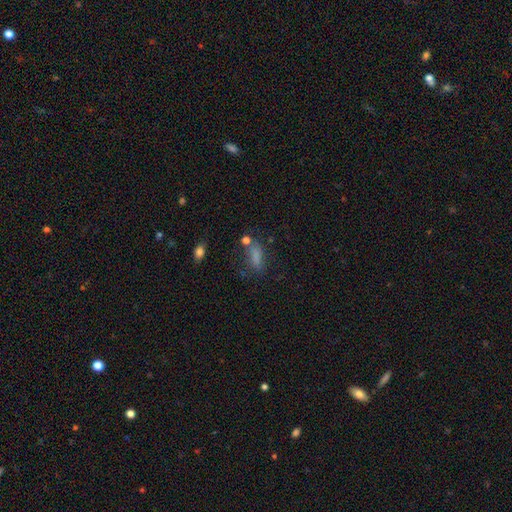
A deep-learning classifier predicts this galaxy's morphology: Smooth or featured?
  - smooth: 74% *
  - star or artifact: 15%
  - featured or disk: 12%
How rounded?
  - in between: 65% *
  - cigar-shaped: 30%
  - round: 5%
Merging?
  - none: 56% *
  - minor disturbance: 21%
  - major disturbance: 13%
  - merger: 10%